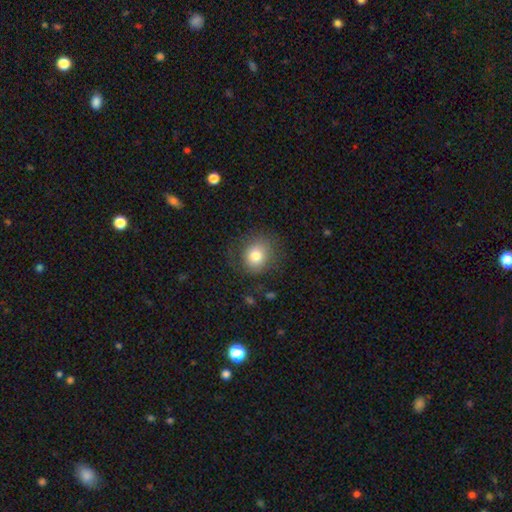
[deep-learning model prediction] Smooth or featured?
  - smooth: 77% *
  - featured or disk: 13%
  - star or artifact: 10%
How rounded?
  - round: 79% *
  - in between: 20%
  - cigar-shaped: 1%
Merging?
  - none: 75% *
  - minor disturbance: 15%
  - major disturbance: 9%
  - merger: 1%